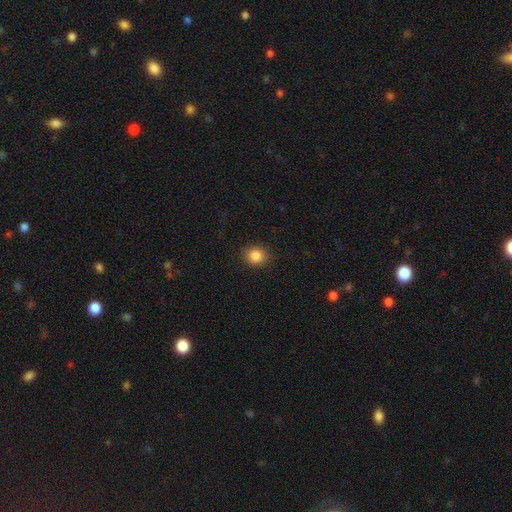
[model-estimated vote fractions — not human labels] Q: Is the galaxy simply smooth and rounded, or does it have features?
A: smooth — 86%.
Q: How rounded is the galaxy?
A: round — 79%.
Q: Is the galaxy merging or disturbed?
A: none — 89%.